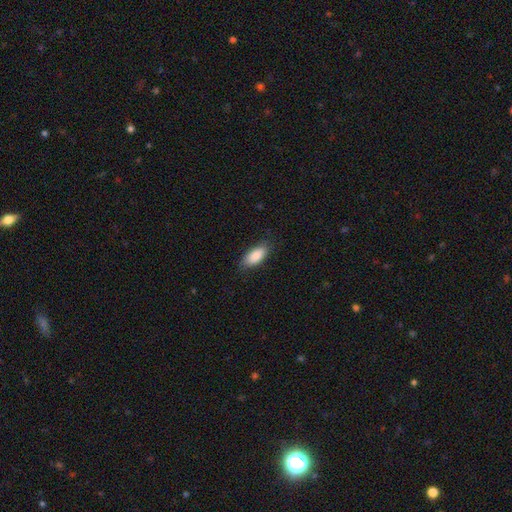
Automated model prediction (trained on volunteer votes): Morphology: type=smooth (87%); roundness=in between (88%); merging=none (81%).